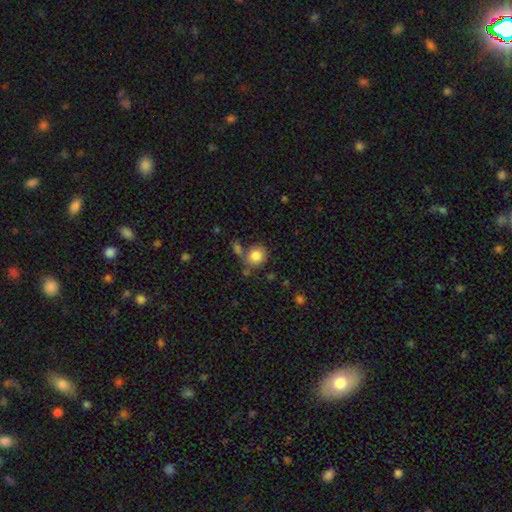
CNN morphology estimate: A smooth galaxy with no disk features (84%) that is round (79%). Merging: none (64%).